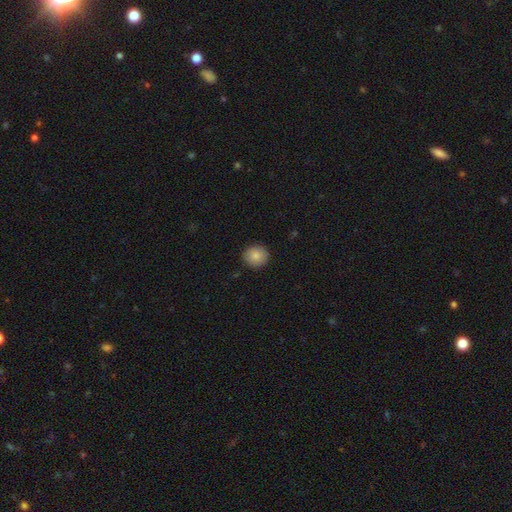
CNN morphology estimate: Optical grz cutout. It shows a smooth galaxy with no disk features (85%) that is round (89%). Merging: none (91%).